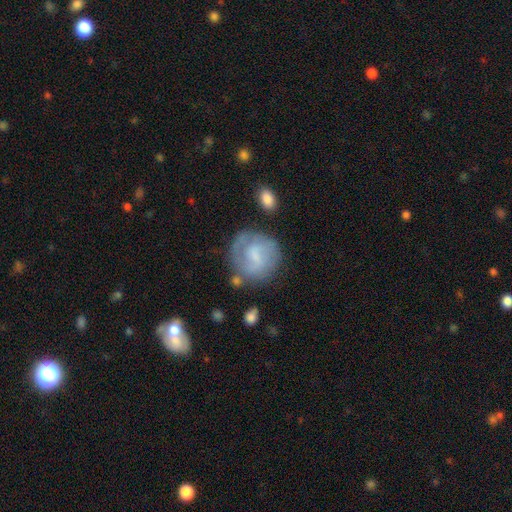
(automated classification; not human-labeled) The model was most divided on "bulge size": small: 40%, none: 29%, moderate: 25%, large: 5%, dominant: 1%. More confident: edge-on disk — no (98%); spiral arms — yes (78%); merging — none (66%); smooth or featured — featured or disk (55%); bar — weak (52%).